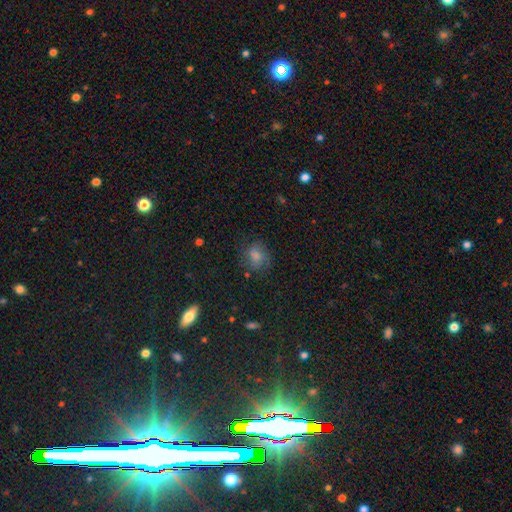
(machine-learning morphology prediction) The model was most divided on "smooth or featured": smooth: 51%, featured or disk: 25%, star or artifact: 23%. More confident: merging — none (74%); how rounded — round (64%).